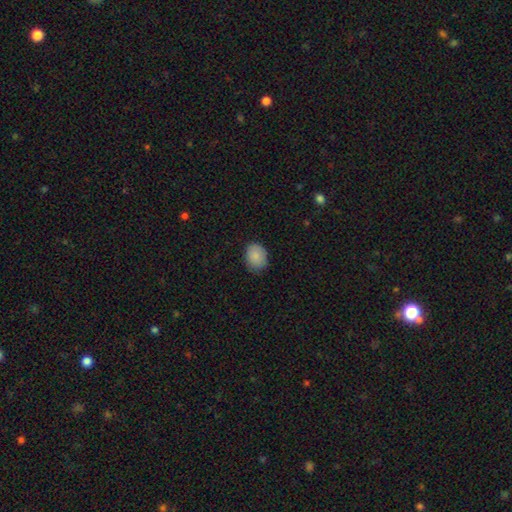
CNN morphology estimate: This appears to be a smooth galaxy with no disk features (87%) that is in between round and cigar-shaped (62%). Merging: none (79%).